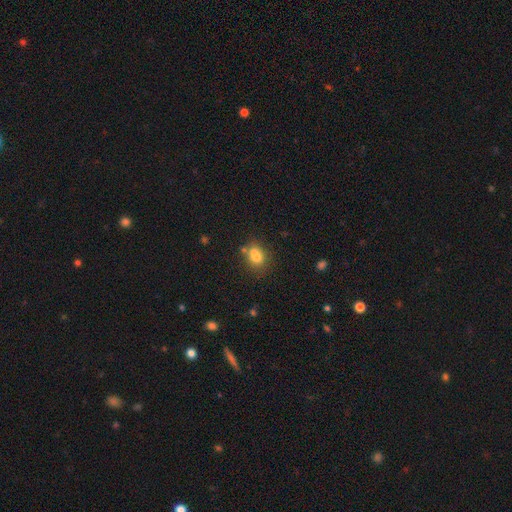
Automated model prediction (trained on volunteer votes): A smooth galaxy with no disk features (74%) that is in between round and cigar-shaped (59%).

Vote fractions:
- Smooth or featured? smooth: 74% / featured or disk: 14% / star or artifact: 12%
- How rounded? in between: 59% / round: 39% / cigar-shaped: 2%
- Merging? none: 45% / merger: 34% / minor disturbance: 15% / major disturbance: 6%